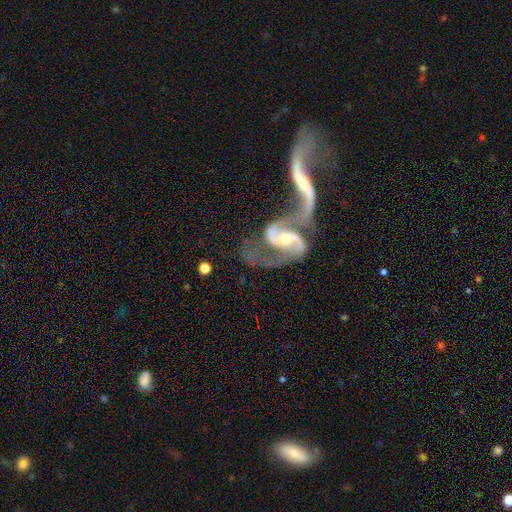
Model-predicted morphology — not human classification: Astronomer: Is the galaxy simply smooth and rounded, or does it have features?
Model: featured or disk — 85%.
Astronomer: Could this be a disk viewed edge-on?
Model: no — 94%.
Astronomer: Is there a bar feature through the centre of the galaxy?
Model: no — 38%, tied with weak at 38%.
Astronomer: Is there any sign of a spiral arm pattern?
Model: yes — 88%.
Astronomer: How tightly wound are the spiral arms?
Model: loose — 65%.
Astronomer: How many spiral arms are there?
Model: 2 — 79%.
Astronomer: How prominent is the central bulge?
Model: small — 44%, tied with moderate at 44%.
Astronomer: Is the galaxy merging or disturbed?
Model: merger — 69%.